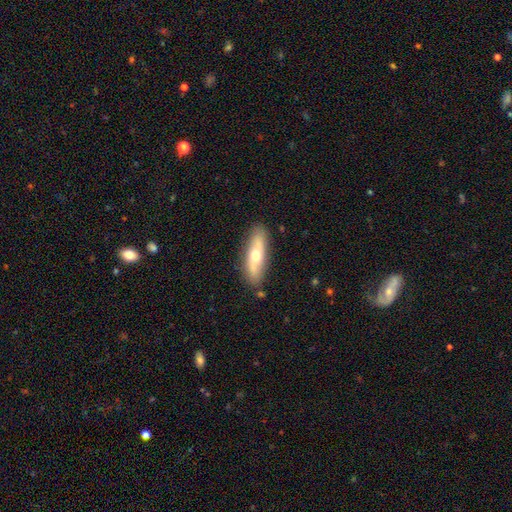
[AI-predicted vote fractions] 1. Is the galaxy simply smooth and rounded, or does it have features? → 49% smooth, 45% featured or disk, 6% star or artifact.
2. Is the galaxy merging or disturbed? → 84% none, 11% minor disturbance, 2% major disturbance, 2% merger.